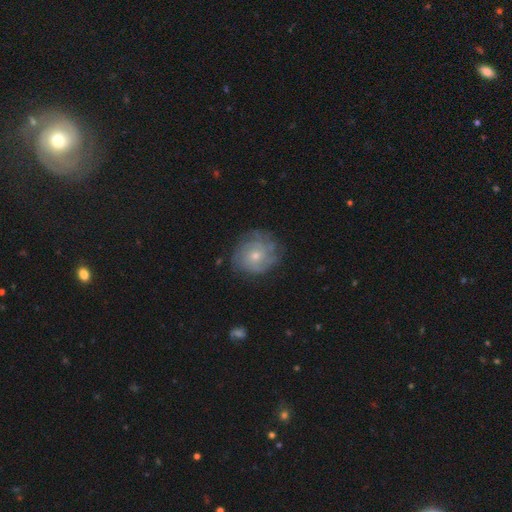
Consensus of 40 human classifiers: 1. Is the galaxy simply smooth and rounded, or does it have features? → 62% featured or disk, 32% smooth, 5% star or artifact.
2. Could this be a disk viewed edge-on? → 96% no, 4% yes.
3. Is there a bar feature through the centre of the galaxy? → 71% no, 25% weak, 4% strong.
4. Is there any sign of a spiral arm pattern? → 96% yes, 4% no.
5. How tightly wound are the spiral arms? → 52% tight, 30% medium, 17% loose.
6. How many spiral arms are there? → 48% can't tell, 26% 2, 13% 3, 9% 4, 4% 1, 0% more than 4.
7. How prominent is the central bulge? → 58% small, 38% moderate, 4% large, 0% dominant, 0% none.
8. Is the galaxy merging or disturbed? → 68% none, 24% minor disturbance, 5% major disturbance, 3% merger.